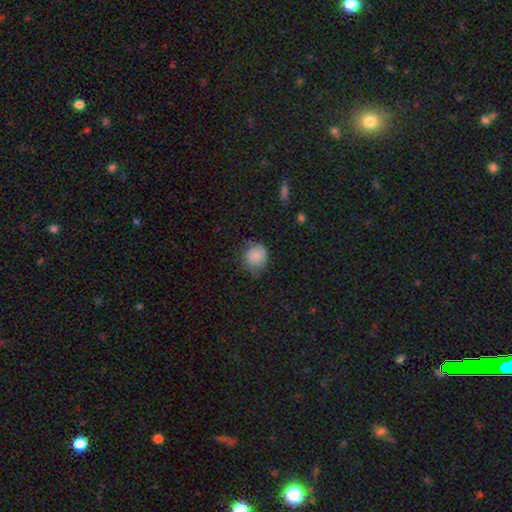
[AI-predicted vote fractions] Smooth or featured: smooth — 84% (star or artifact — 9%)
How rounded: round — 80% (in between — 19%)
Merging: none — 61% (minor disturbance — 30%)